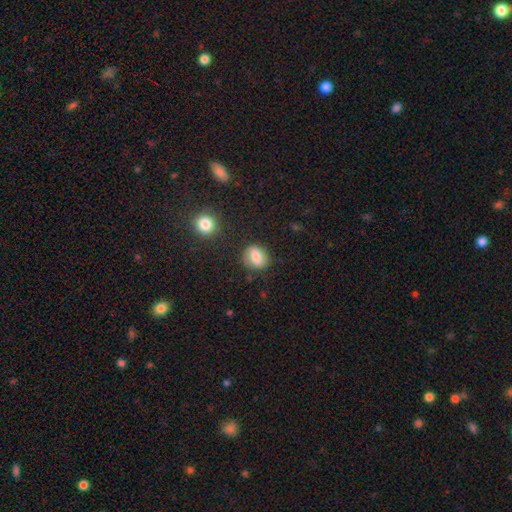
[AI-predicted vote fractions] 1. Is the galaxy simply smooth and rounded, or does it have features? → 76% smooth, 15% featured or disk, 9% star or artifact.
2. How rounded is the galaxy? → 55% round, 44% in between, 1% cigar-shaped.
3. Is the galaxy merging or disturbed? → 75% none, 17% minor disturbance, 5% major disturbance, 3% merger.